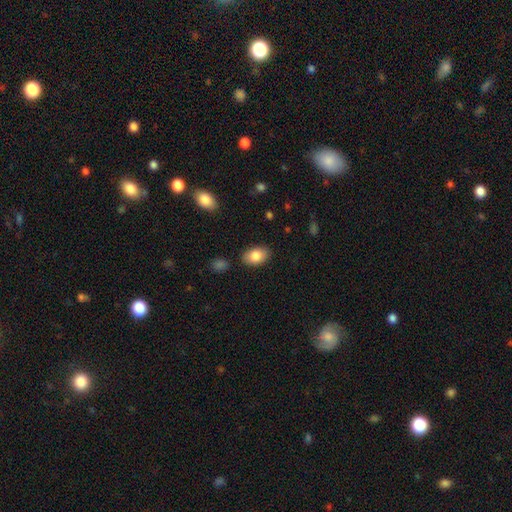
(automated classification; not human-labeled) Morphology: type=smooth (84%); roundness=in between (89%); merging=none (86%).